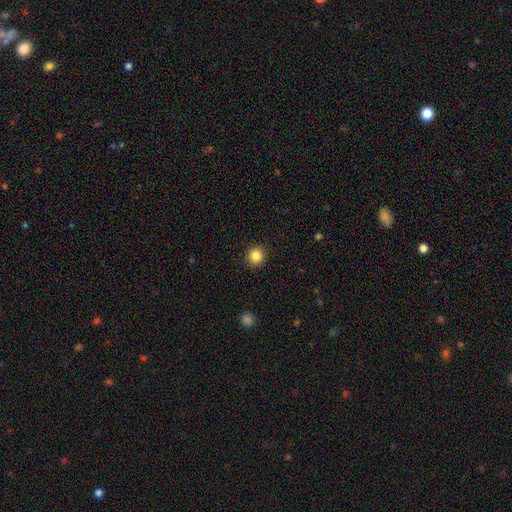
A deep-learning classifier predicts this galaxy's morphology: smooth-or-featured: smooth: 85% | star or artifact: 11% | featured or disk: 4%
  how-rounded: round: 90% | in between: 9% | cigar-shaped: 1%
  merging: none: 91% | minor disturbance: 6% | major disturbance: 2% | merger: 1%